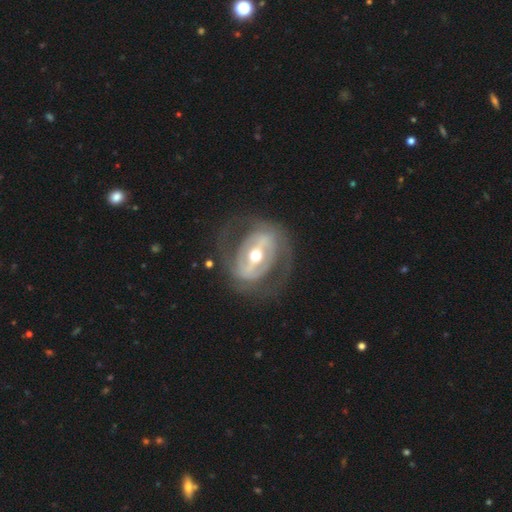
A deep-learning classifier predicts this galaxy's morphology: Overall: featured or disk (81%). Edge-on disk: no (93%). Bar: strong (62%; weak 24%). Spiral arms: yes (60%; no 40%). Bulge size: moderate (71%). Merging: none (71%).